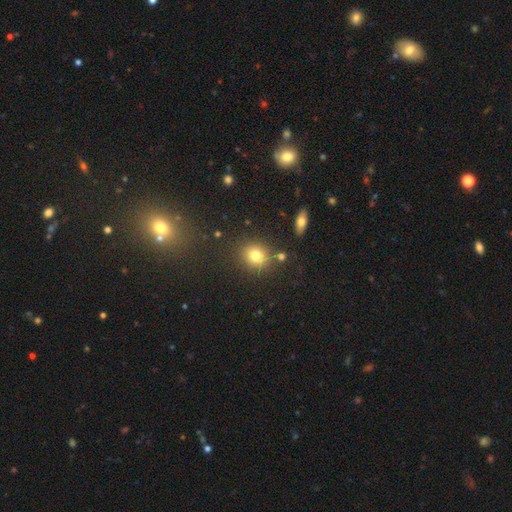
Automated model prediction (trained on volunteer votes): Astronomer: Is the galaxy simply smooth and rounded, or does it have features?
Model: smooth — 78%.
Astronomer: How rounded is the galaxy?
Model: round — 76%.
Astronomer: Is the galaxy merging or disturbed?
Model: none — 80%.